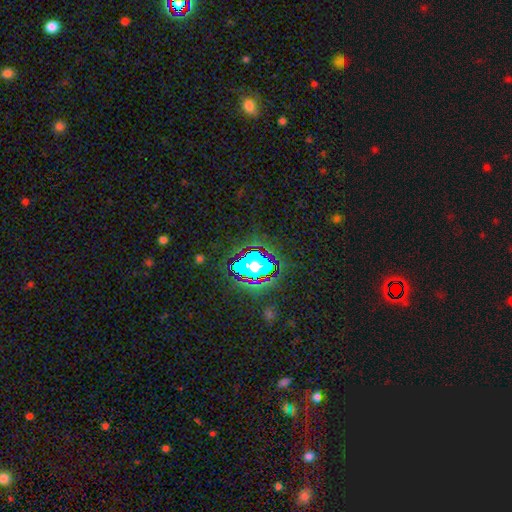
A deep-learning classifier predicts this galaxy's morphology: A star or artifact, not a galaxy (80%).

Vote fractions:
- Smooth or featured? star or artifact: 80% / smooth: 12% / featured or disk: 8%